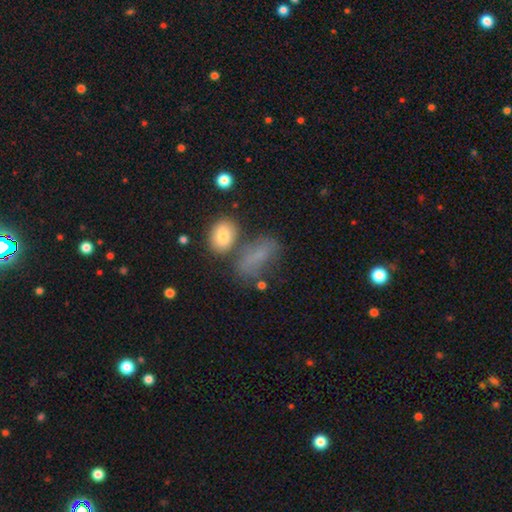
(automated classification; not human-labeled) smooth-or-featured: smooth: 65% | featured or disk: 20% | star or artifact: 15%
  how-rounded: in between: 74% | cigar-shaped: 14% | round: 12%
  merging: none: 51% | minor disturbance: 20% | merger: 18% | major disturbance: 11%